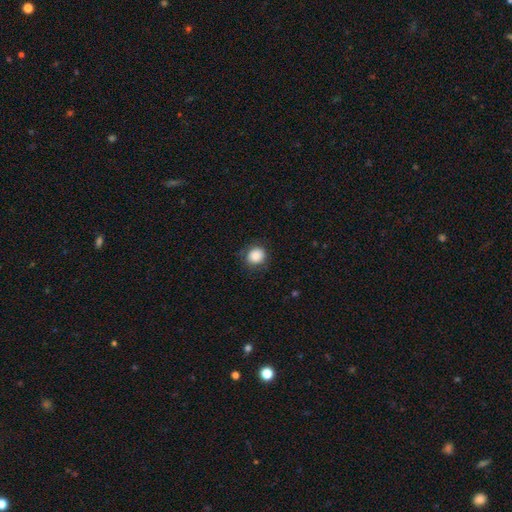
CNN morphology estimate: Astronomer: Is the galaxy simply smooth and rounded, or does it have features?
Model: smooth — 87%.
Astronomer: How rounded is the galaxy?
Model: round — 84%.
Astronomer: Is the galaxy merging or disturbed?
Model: none — 80%.